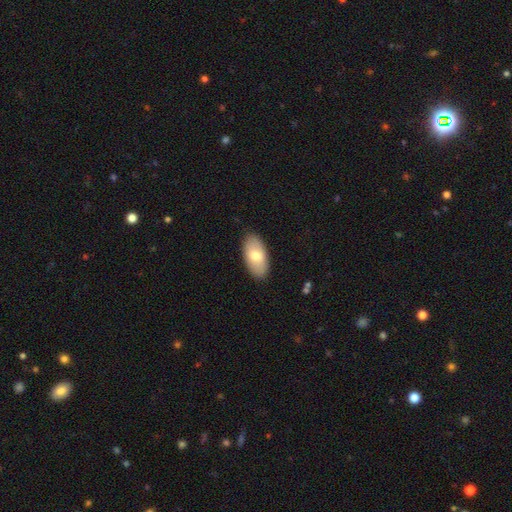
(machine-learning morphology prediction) Smooth or featured? smooth (72%)
How rounded? in between (94%)
Merging? none (88%)